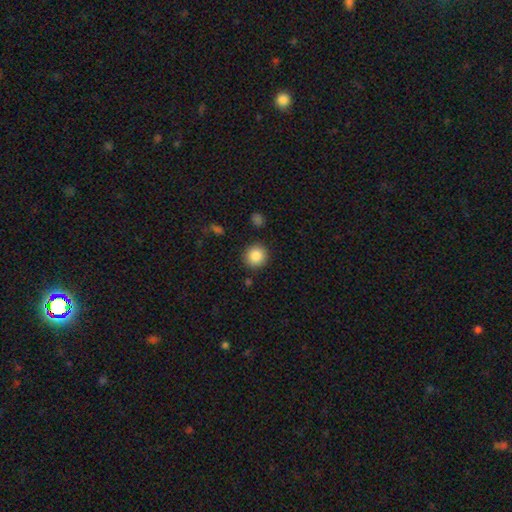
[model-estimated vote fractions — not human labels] This is clearly a smooth galaxy (87%). How rounded: clearly round (90%). Merging: clearly none (88%).